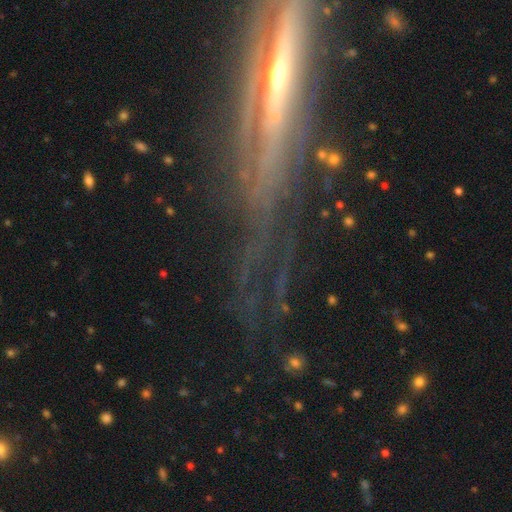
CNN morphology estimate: featured or disk 57%, star or artifact 29%, smooth 15%. Down the decision tree: edge-on disk — no (57%); merging — none (57%).